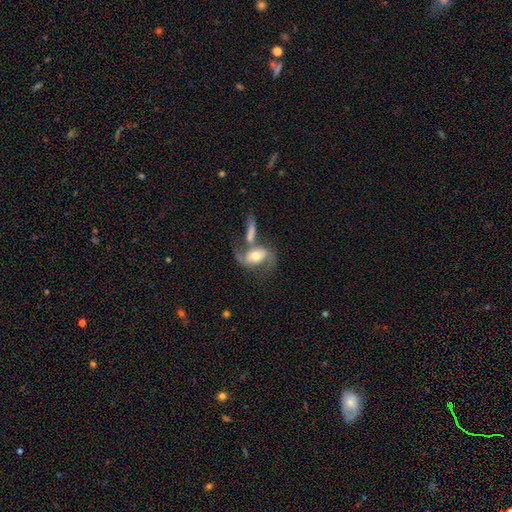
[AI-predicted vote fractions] Smooth or featured? Predicted: featured or disk (p=0.64). Edge-on disk? Predicted: no (p=0.93). Bar? Predicted: no (p=0.50). Spiral arms? Predicted: yes (p=0.81). Bulge size? Predicted: moderate (p=0.65). Merging? Predicted: merger (p=0.41).